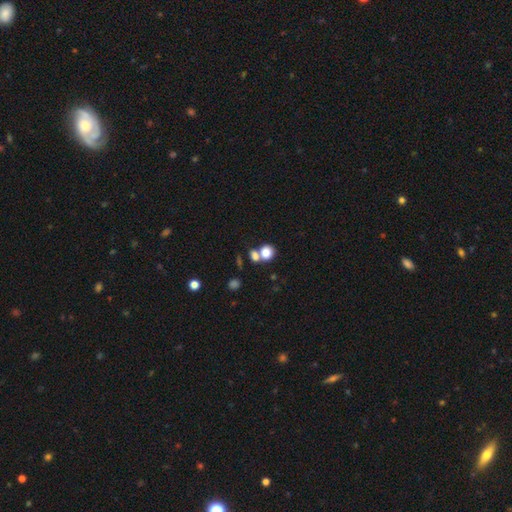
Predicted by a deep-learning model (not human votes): This appears to be a smooth galaxy with no disk features (77%) that is round (70%). Merging: none (46%).